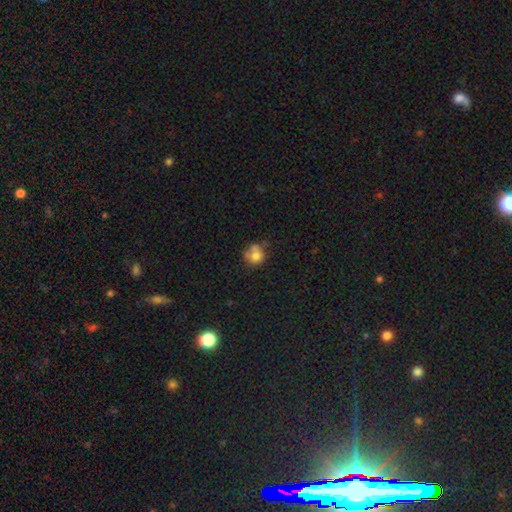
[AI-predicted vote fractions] Smooth or featured: smooth — 71% (featured or disk — 18%)
How rounded: round — 76% (in between — 23%)
Merging: none — 41% (merger — 27%)